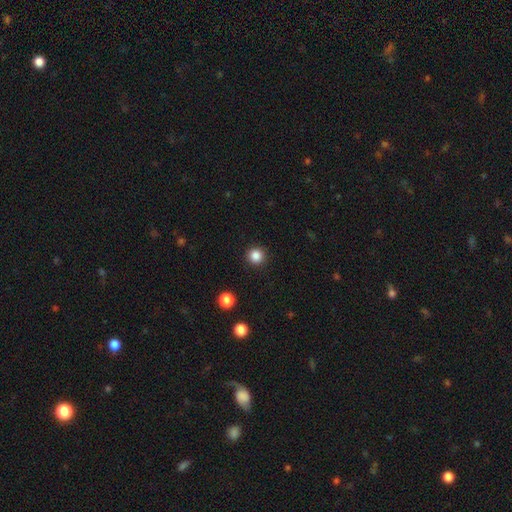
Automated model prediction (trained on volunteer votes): Smooth or featured? smooth (85%)
How rounded? round (95%)
Merging? none (92%)